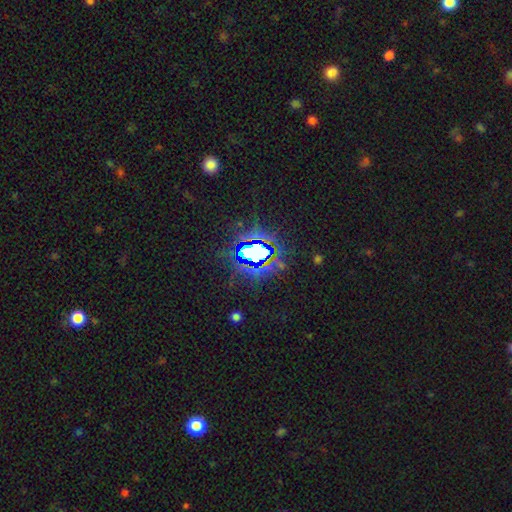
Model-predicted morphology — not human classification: smooth-or-featured: star or artifact: 74% | smooth: 14% | featured or disk: 11%